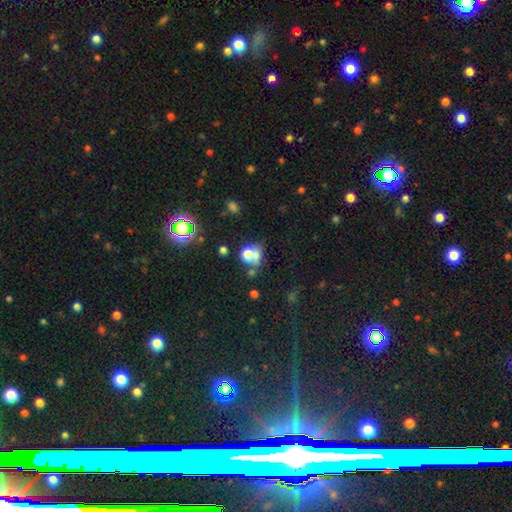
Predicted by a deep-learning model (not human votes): Smooth or featured? smooth (64%)
How rounded? round (67%)
Merging? merger (38%)